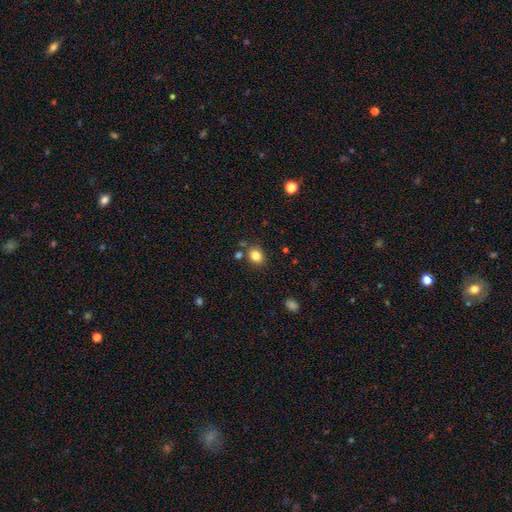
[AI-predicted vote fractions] A smooth galaxy with no disk features (83%) that is round (63%).

Vote fractions:
- Smooth or featured? smooth: 83% / star or artifact: 11% / featured or disk: 6%
- How rounded? round: 63% / in between: 36% / cigar-shaped: 1%
- Merging? none: 79% / minor disturbance: 11% / merger: 7% / major disturbance: 3%